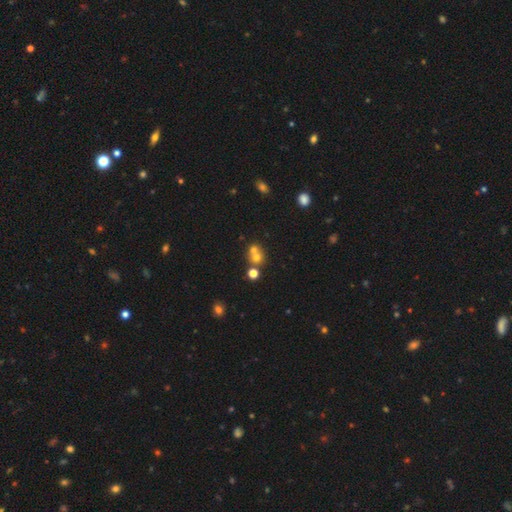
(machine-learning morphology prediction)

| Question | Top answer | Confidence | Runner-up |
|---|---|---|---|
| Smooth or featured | smooth | 64% | featured or disk (18%) |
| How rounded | round | 80% | in between (19%) |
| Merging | merger | 53% | none (38%) |